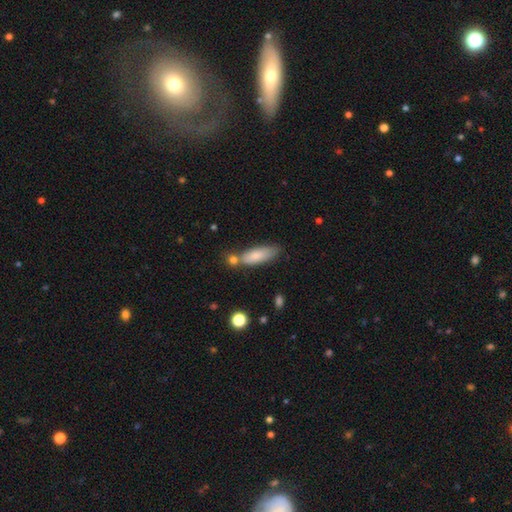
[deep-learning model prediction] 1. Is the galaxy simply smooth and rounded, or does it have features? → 81% smooth, 12% featured or disk, 7% star or artifact.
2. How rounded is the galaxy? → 57% in between, 40% cigar-shaped, 2% round.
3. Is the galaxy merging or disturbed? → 59% none, 19% merger, 18% minor disturbance, 4% major disturbance.